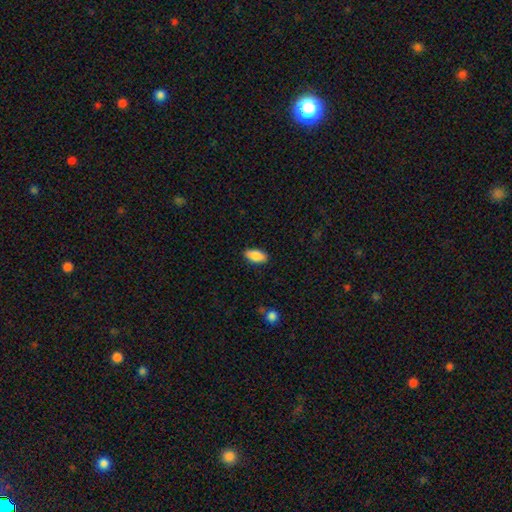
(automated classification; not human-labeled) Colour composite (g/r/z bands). It shows a smooth galaxy with no disk features (88%) that is in between round and cigar-shaped (92%). Merging: none (86%).